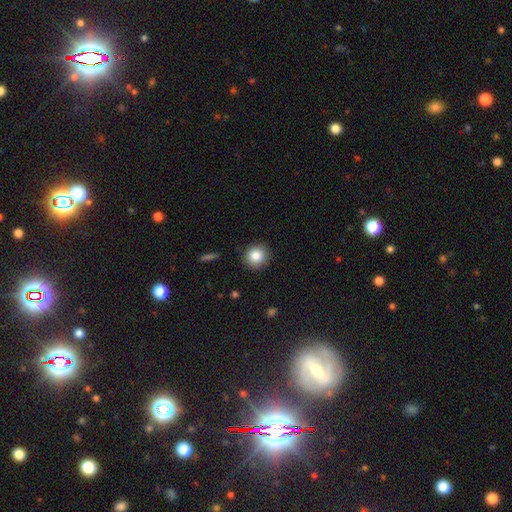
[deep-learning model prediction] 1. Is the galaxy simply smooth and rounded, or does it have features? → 84% smooth, 9% star or artifact, 6% featured or disk.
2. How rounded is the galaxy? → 87% round, 12% in between, 1% cigar-shaped.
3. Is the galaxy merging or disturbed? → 88% none, 8% minor disturbance, 2% major disturbance, 1% merger.